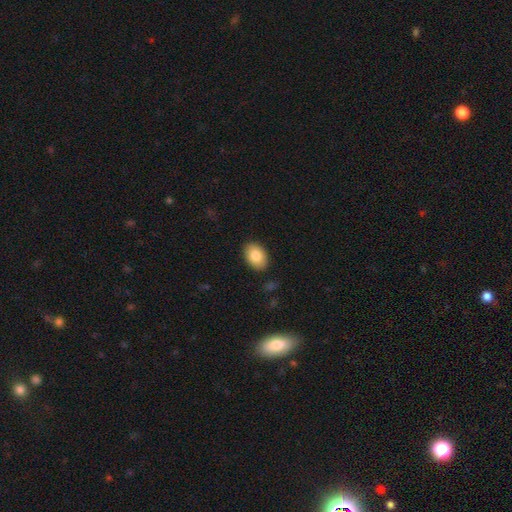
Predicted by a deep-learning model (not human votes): A smooth galaxy with no disk features (84%) that is in between round and cigar-shaped (83%).

Vote fractions:
- Smooth or featured? smooth: 84% / featured or disk: 9% / star or artifact: 7%
- How rounded? in between: 83% / round: 16% / cigar-shaped: 1%
- Merging? none: 89% / minor disturbance: 8% / major disturbance: 2% / merger: 1%